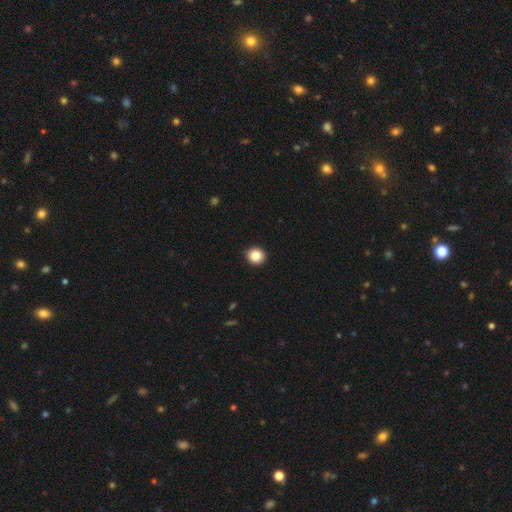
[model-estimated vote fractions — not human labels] This appears to be a smooth galaxy with no disk features (85%) that is round (87%). Merging: none (93%).